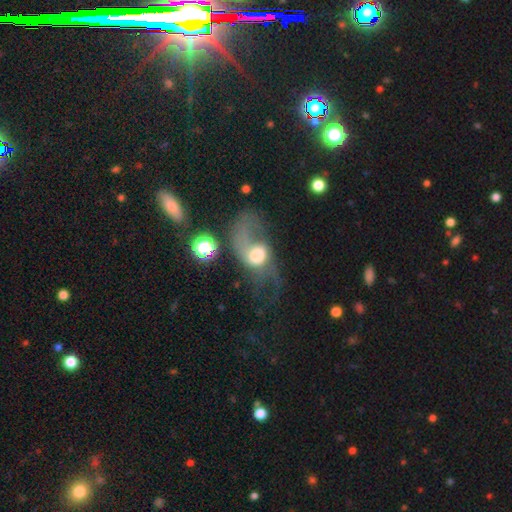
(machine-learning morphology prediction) type=featured or disk (56%); edge-on=no (94%); bar=no (67%); spiral arms=yes (73%); bulge=large (45%); merging=major disturbance (55%).